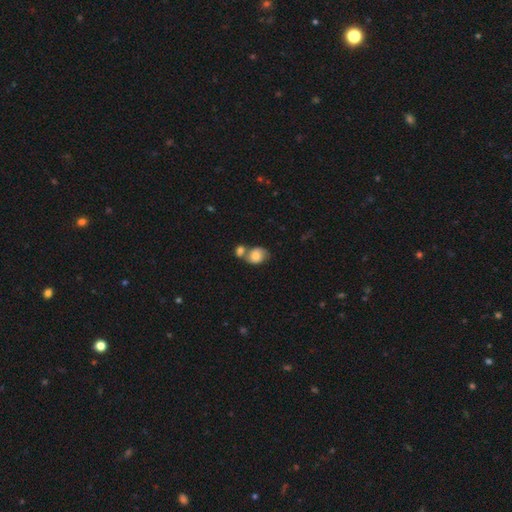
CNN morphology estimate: Smooth or featured?
  - smooth: 70% *
  - featured or disk: 22%
  - star or artifact: 8%
How rounded?
  - in between: 59% *
  - round: 40%
  - cigar-shaped: 1%
Merging?
  - merger: 49% *
  - none: 32%
  - minor disturbance: 14%
  - major disturbance: 6%